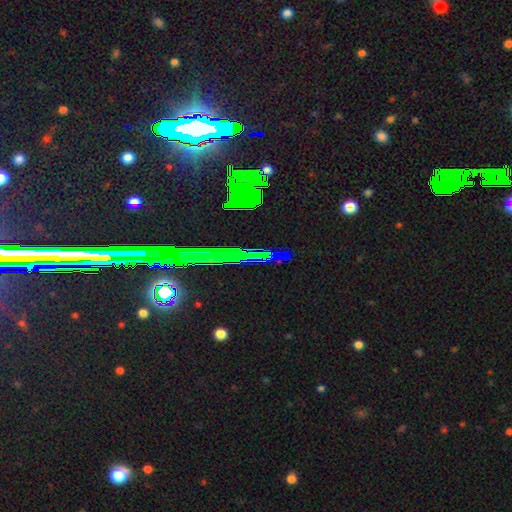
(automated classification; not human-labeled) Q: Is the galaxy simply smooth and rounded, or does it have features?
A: star or artifact — 67%.